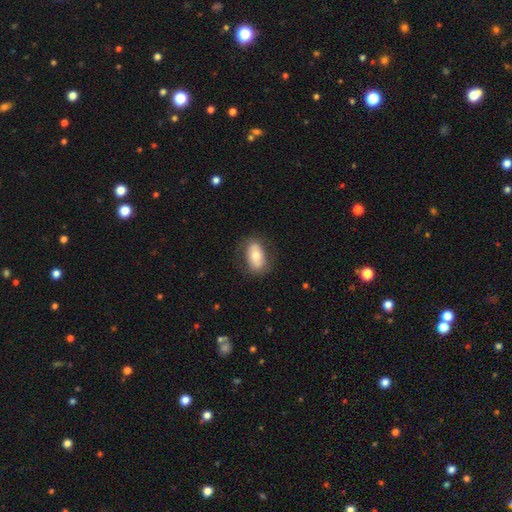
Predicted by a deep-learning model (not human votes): This is likely a smooth galaxy (67%). How rounded: clearly in between (90%). Merging: clearly none (80%).